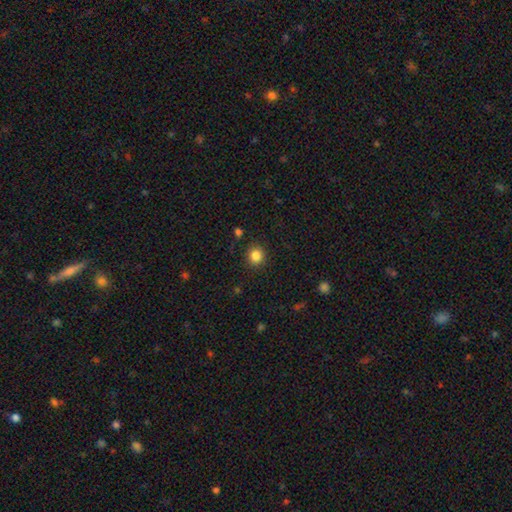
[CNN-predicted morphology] The model was most divided on "smooth or featured": smooth: 84%, star or artifact: 11%, featured or disk: 4%. More confident: how rounded — round (89%); merging — none (89%).